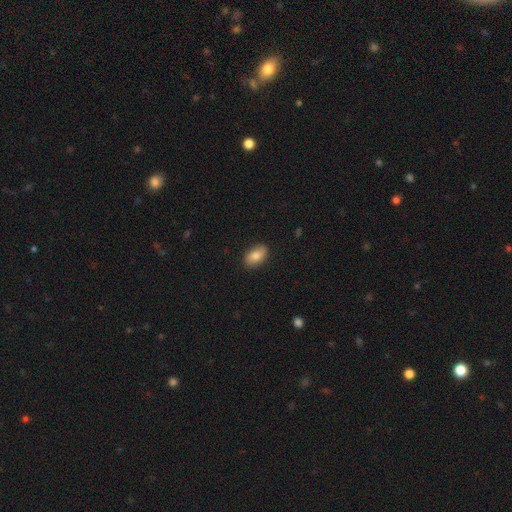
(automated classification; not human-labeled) A smooth galaxy with no disk features (78%) that is in between round and cigar-shaped (90%). Merging: none (86%).